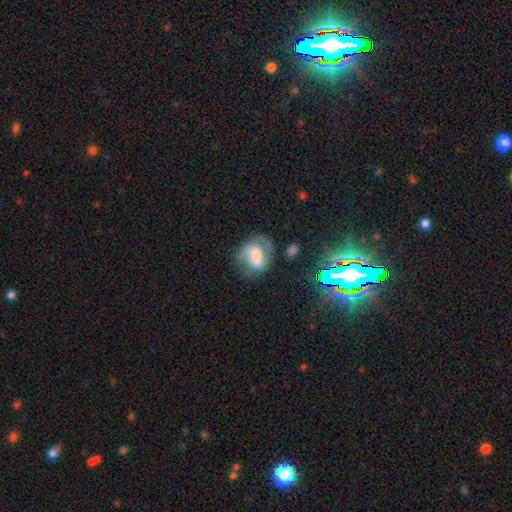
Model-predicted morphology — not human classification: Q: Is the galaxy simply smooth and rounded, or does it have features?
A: featured or disk — 64%.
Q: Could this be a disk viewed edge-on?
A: no — 97%.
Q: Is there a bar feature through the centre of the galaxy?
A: weak — 42%.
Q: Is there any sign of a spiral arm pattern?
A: yes — 85%.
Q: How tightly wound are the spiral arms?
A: medium — 47%.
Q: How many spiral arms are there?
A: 2 — 73%.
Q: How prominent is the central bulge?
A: moderate — 35%.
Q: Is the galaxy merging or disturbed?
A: none — 57%.